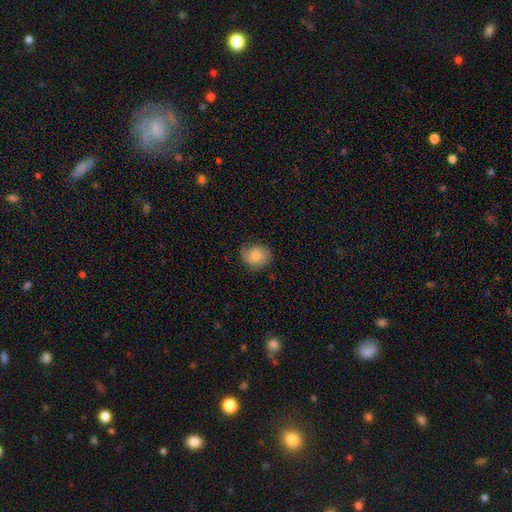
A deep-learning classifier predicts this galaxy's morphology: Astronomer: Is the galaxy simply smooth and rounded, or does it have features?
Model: smooth — 71%.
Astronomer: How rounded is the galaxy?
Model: round — 65%.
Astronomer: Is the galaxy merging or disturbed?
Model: none — 69%.